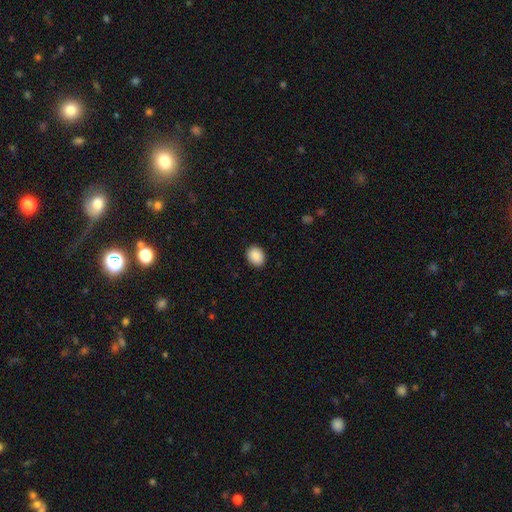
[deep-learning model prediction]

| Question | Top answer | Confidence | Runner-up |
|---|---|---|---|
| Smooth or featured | smooth | 89% | star or artifact (8%) |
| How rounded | round | 52% | in between (47%) |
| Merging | none | 91% | minor disturbance (7%) |